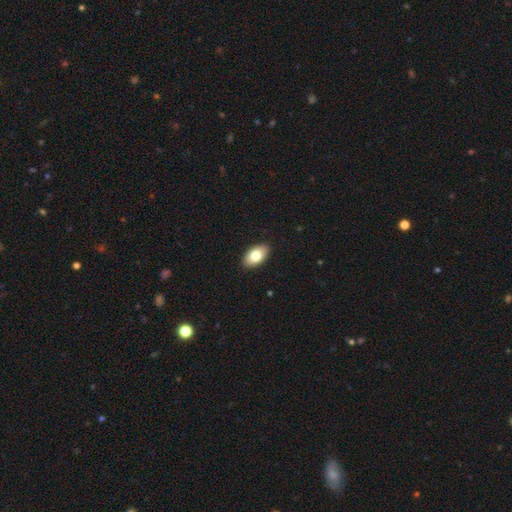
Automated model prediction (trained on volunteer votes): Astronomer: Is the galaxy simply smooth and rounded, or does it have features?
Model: smooth — 78%.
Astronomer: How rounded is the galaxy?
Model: in between — 93%.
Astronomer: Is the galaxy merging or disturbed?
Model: none — 89%.